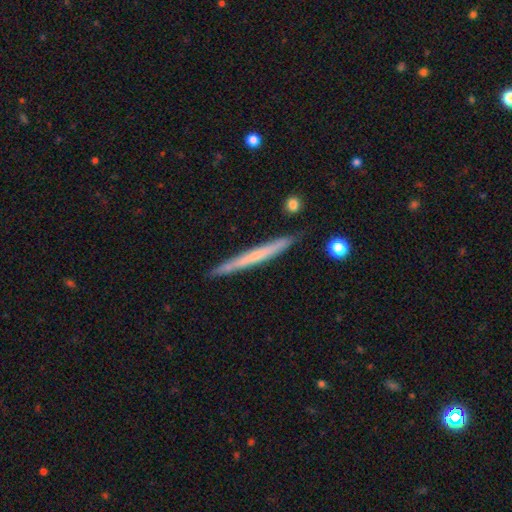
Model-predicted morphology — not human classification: smooth 49%, featured or disk 46%, star or artifact 6%. Down the decision tree: merging — none (89%).